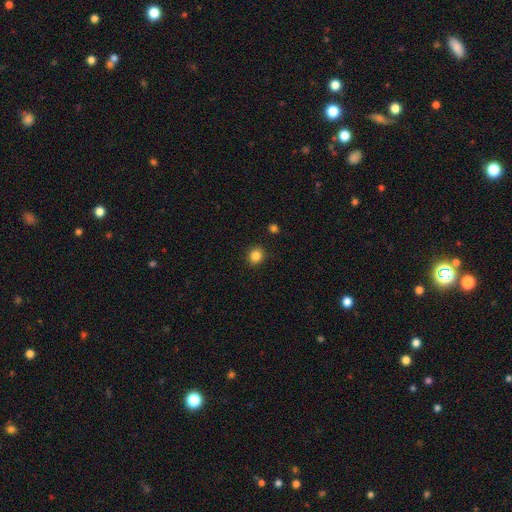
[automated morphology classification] smooth-or-featured: smooth: 85% | star or artifact: 11% | featured or disk: 4%
  how-rounded: round: 82% | in between: 17% | cigar-shaped: 1%
  merging: none: 90% | minor disturbance: 7% | major disturbance: 2% | merger: 2%